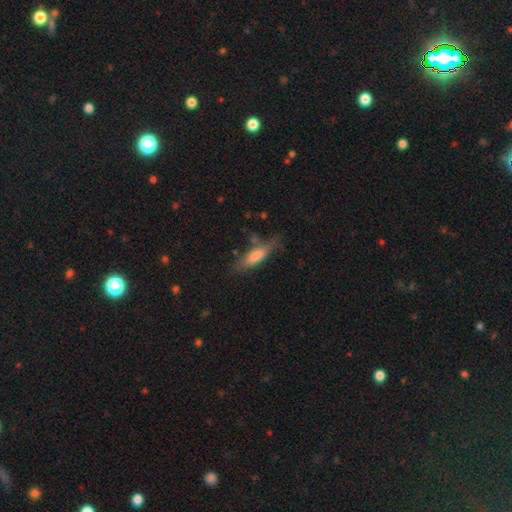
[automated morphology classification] A smooth galaxy with no disk features (63%) that is cigar-shaped (62%). Merging: none (65%).